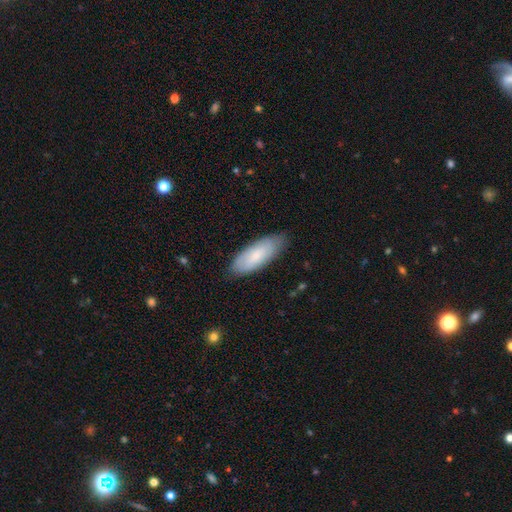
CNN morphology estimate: This appears to be a smooth galaxy with no disk features (68%) that is in between round and cigar-shaped (74%). Merging: none (79%).